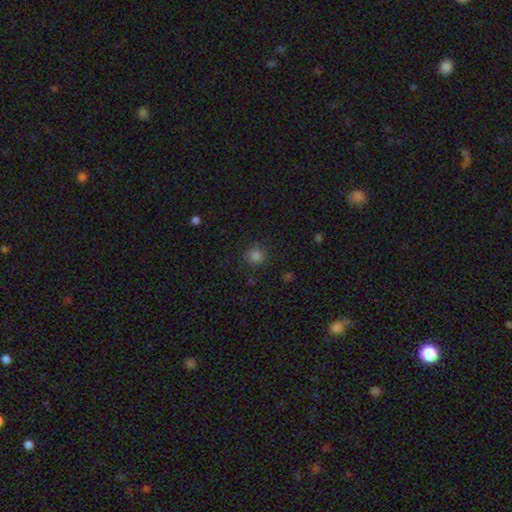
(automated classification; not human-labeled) The model was most divided on "smooth or featured": smooth: 80%, star or artifact: 16%, featured or disk: 4%. More confident: how rounded — round (90%); merging — none (87%).